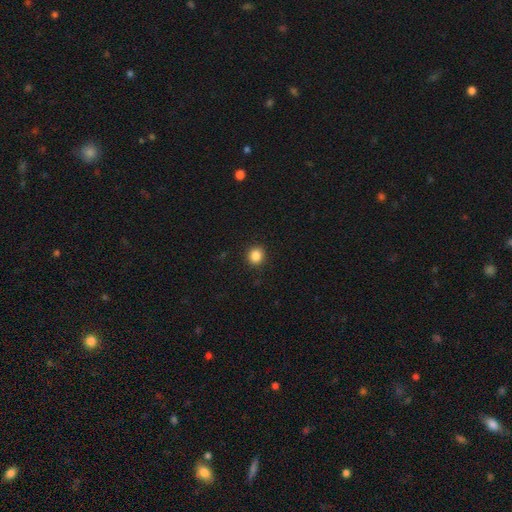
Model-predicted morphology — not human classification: Smooth or featured? Predicted: smooth (p=0.86). How rounded? Predicted: round (p=0.87). Merging? Predicted: none (p=0.92).